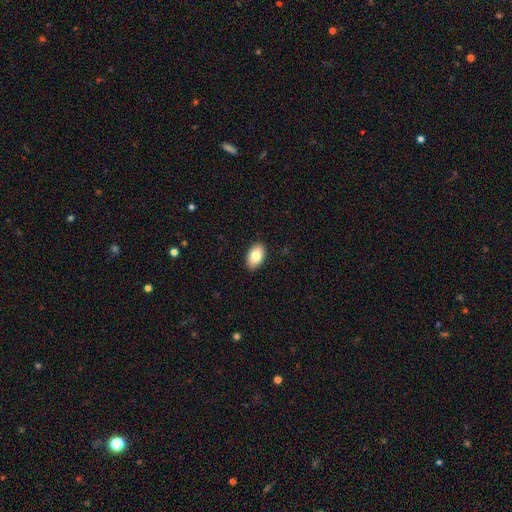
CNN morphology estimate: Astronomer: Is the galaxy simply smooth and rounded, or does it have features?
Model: smooth — 80%.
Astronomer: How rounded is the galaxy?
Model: in between — 92%.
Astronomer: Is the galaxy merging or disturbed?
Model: none — 90%.